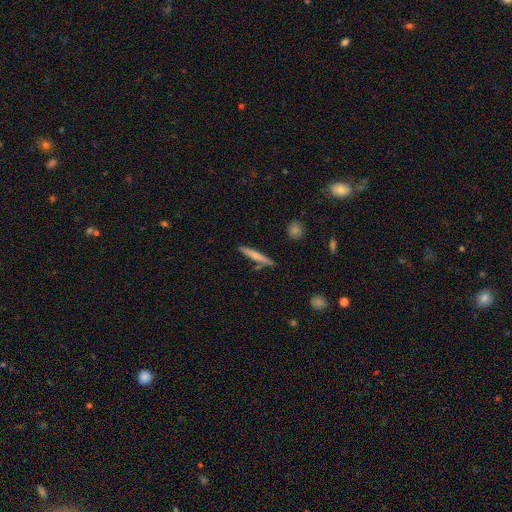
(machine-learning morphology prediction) A smooth galaxy with no disk features (62%) that is cigar-shaped (94%). Merging: none (84%).